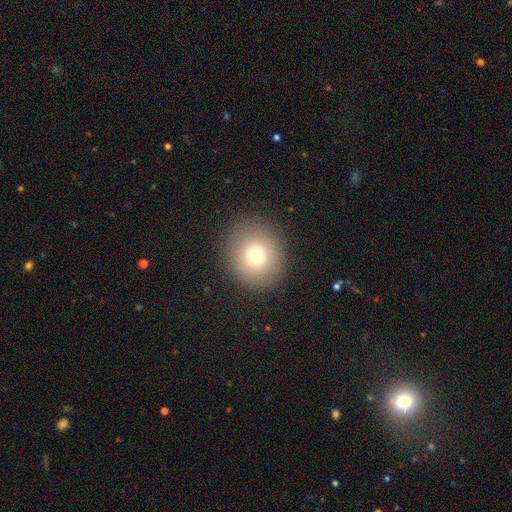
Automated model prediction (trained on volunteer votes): Smooth or featured? smooth (73%)
How rounded? round (84%)
Merging? none (88%)